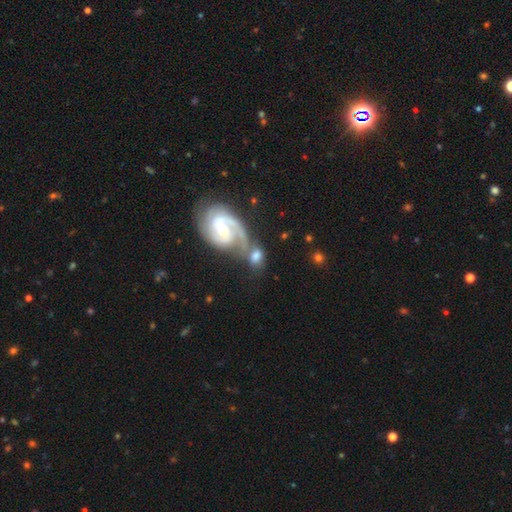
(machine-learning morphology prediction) smooth-or-featured: featured or disk: 49% | smooth: 43% | star or artifact: 8%
  merging: merger: 46% | none: 32% | minor disturbance: 13% | major disturbance: 9%